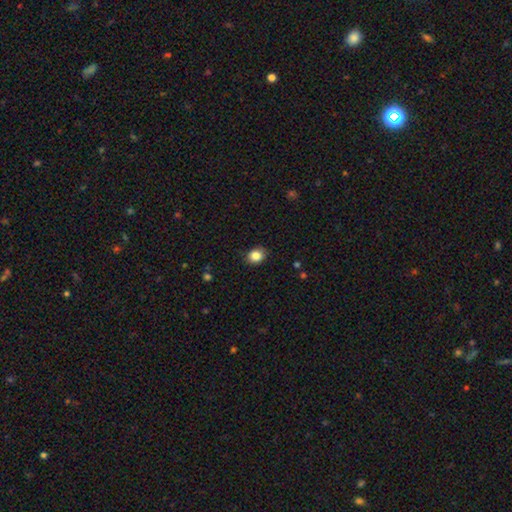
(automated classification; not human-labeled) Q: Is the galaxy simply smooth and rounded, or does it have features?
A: smooth — 86%.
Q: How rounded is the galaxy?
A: round — 58%.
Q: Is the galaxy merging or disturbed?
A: none — 86%.